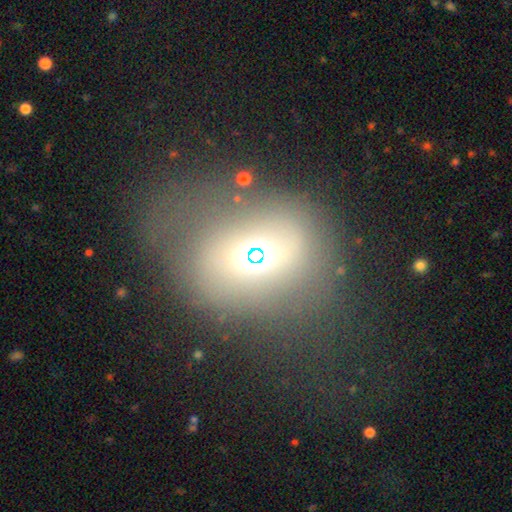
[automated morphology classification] Q: Smooth or featured?
A: smooth (51%); runner-up: star or artifact (30%)
Q: How rounded?
A: round (54%); runner-up: in between (42%)
Q: Merging?
A: none (68%); runner-up: minor disturbance (14%)